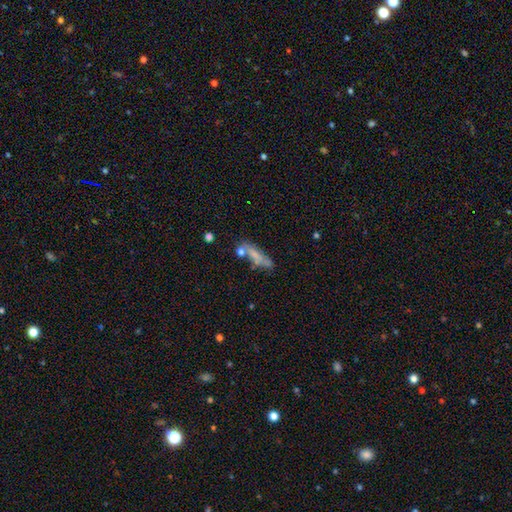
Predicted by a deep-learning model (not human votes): Smooth or featured? smooth (65%)
How rounded? cigar-shaped (66%)
Merging? none (54%)